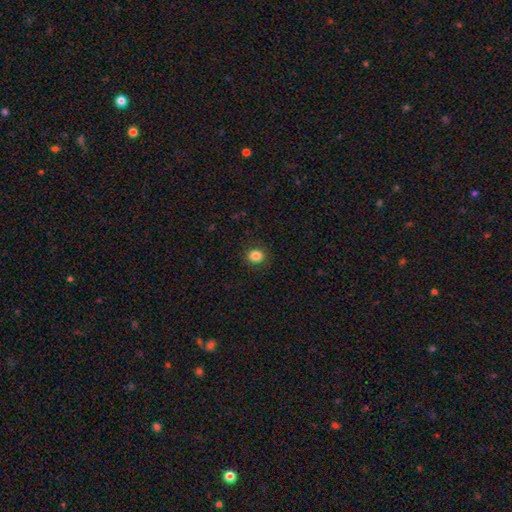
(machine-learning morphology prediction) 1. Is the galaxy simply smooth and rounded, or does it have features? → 84% smooth, 11% star or artifact, 5% featured or disk.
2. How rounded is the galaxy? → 78% round, 22% in between, 1% cigar-shaped.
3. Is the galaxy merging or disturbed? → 89% none, 7% minor disturbance, 2% major disturbance, 1% merger.